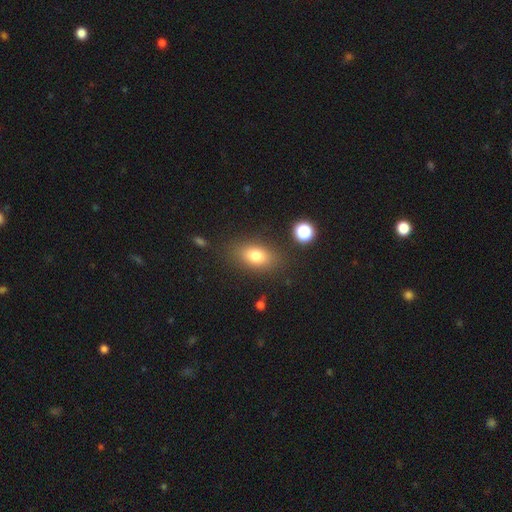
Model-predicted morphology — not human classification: Smooth or featured?
  - smooth: 79% *
  - featured or disk: 11%
  - star or artifact: 10%
How rounded?
  - in between: 84% *
  - round: 12%
  - cigar-shaped: 4%
Merging?
  - none: 82% *
  - minor disturbance: 11%
  - major disturbance: 4%
  - merger: 3%